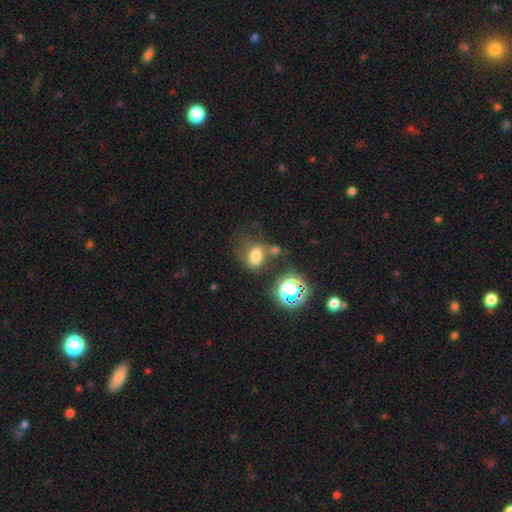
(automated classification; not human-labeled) A smooth galaxy with no disk features (61%) that is in between round and cigar-shaped (56%).

Vote fractions:
- Smooth or featured? smooth: 61% / star or artifact: 21% / featured or disk: 18%
- How rounded? in between: 56% / round: 42% / cigar-shaped: 1%
- Merging? none: 39% / merger: 23% / minor disturbance: 20% / major disturbance: 18%